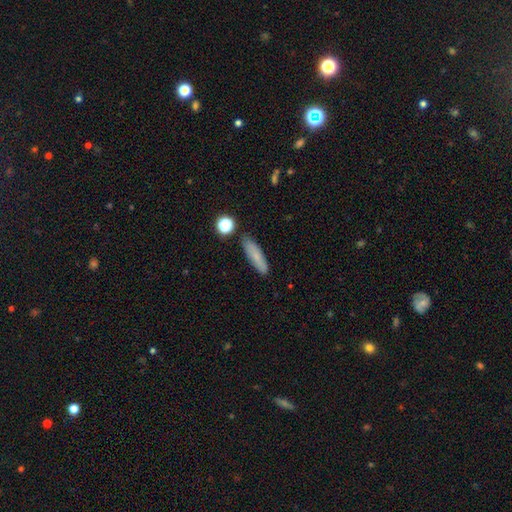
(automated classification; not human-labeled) A smooth galaxy with no disk features (75%) that is cigar-shaped (71%).

Vote fractions:
- Smooth or featured? smooth: 75% / featured or disk: 16% / star or artifact: 9%
- How rounded? cigar-shaped: 71% / in between: 26% / round: 3%
- Merging? none: 83% / minor disturbance: 11% / merger: 3% / major disturbance: 2%